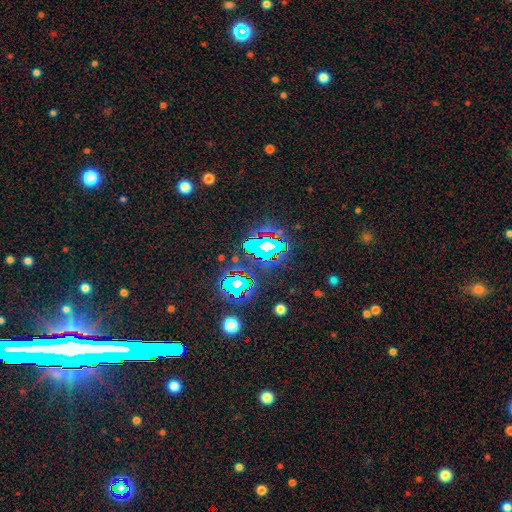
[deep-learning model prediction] smooth-or-featured: star or artifact: 81% | featured or disk: 10% | smooth: 9%